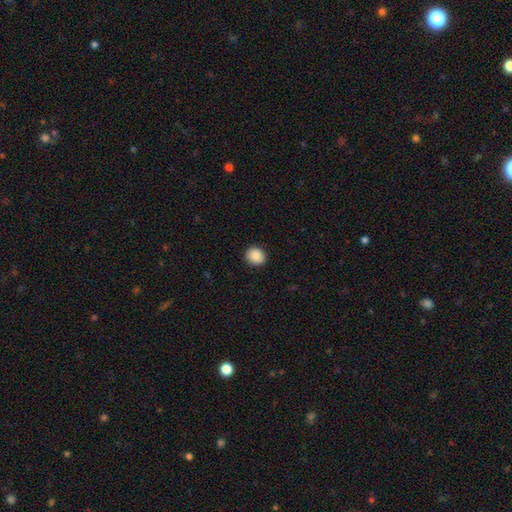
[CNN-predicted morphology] The model was most divided on "how rounded": round: 76%, in between: 23%, cigar-shaped: 1%. More confident: merging — none (90%); smooth or featured — smooth (88%).